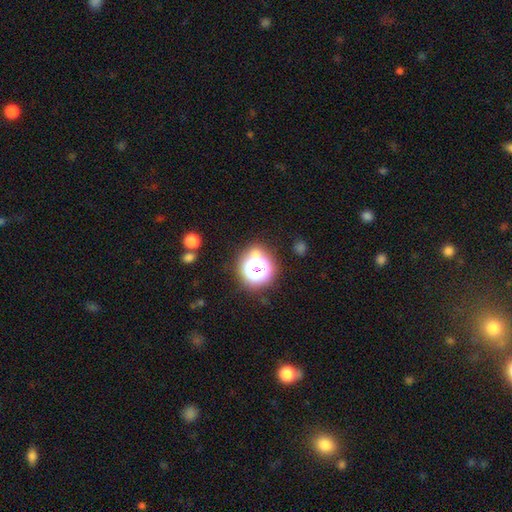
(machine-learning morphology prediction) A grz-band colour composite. It shows a star or artifact, not a galaxy (44%).